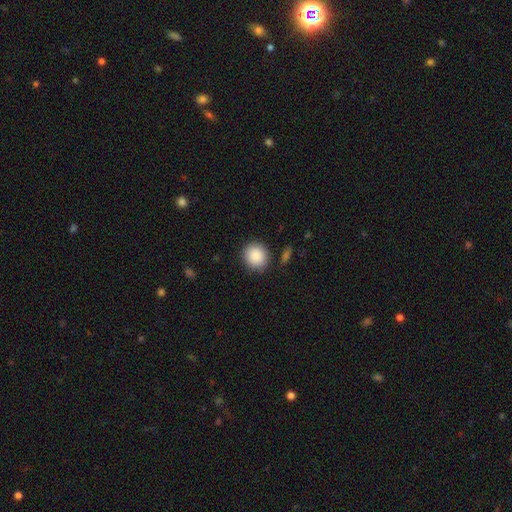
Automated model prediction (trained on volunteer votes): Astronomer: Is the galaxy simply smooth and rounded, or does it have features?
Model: smooth — 89%.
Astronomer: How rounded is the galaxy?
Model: round — 87%.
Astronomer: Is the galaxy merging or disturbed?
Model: none — 87%.